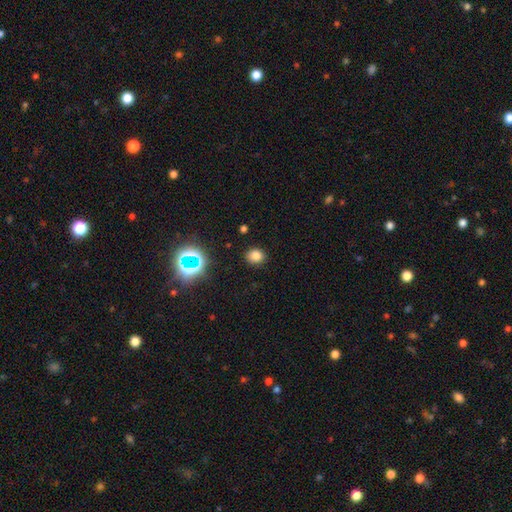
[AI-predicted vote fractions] Smooth or featured: smooth — 77% (star or artifact — 18%)
How rounded: round — 74% (in between — 25%)
Merging: none — 88% (minor disturbance — 8%)